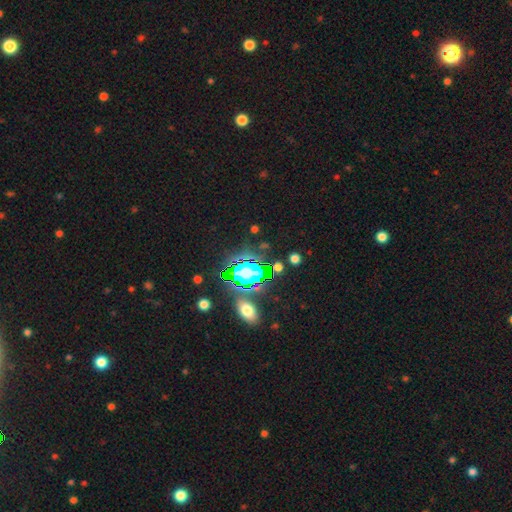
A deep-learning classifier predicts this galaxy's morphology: This is clearly a star or artifact rather than a galaxy (81%).